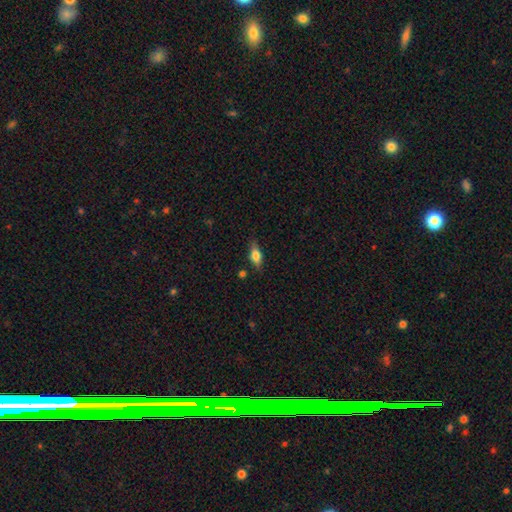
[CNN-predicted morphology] A smooth galaxy with no disk features (68%) that is in between round and cigar-shaped (75%).

Vote fractions:
- Smooth or featured? smooth: 68% / featured or disk: 24% / star or artifact: 8%
- How rounded? in between: 75% / cigar-shaped: 20% / round: 5%
- Merging? none: 79% / minor disturbance: 16% / major disturbance: 3% / merger: 2%